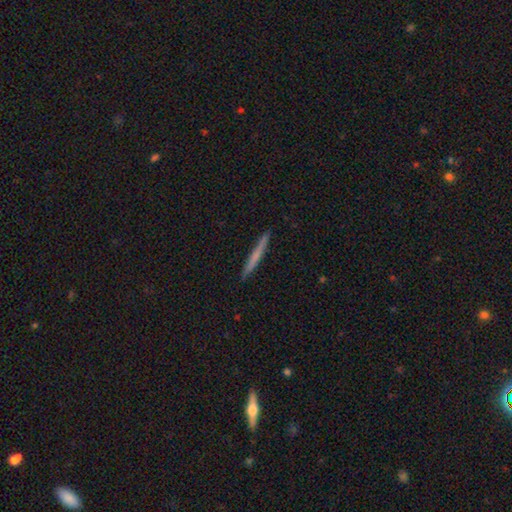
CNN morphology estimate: smooth_or_featured: smooth (p=0.56) [alt: featured or disk p=0.38]
how_rounded: cigar-shaped (p=0.97) [alt: in between p=0.02]
merging: none (p=0.92) [alt: minor disturbance p=0.05]